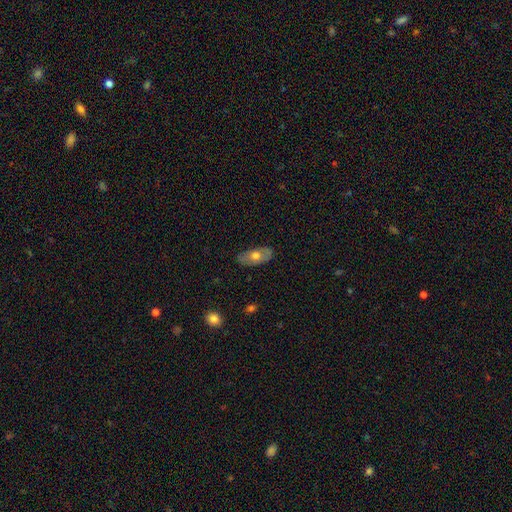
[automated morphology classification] A smooth galaxy with no disk features (58%) that is in between round and cigar-shaped (89%). Merging: none (81%).